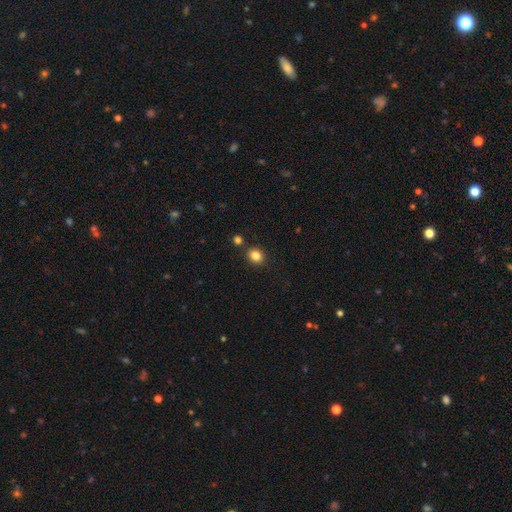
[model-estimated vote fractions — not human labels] Morphology: type=smooth (84%); roundness=round (64%); merging=none (81%).